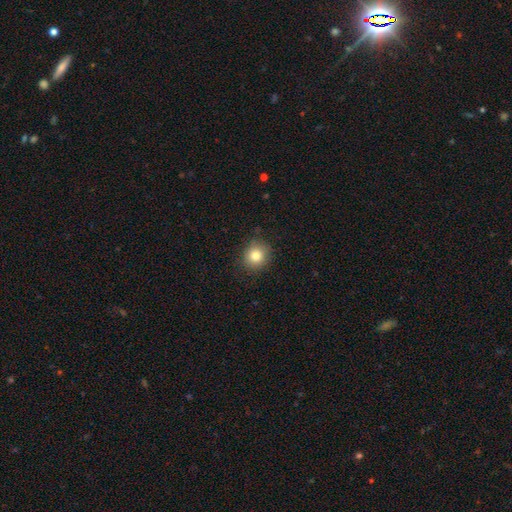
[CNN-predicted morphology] A smooth galaxy with no disk features (81%) that is round (87%). Merging: none (87%).